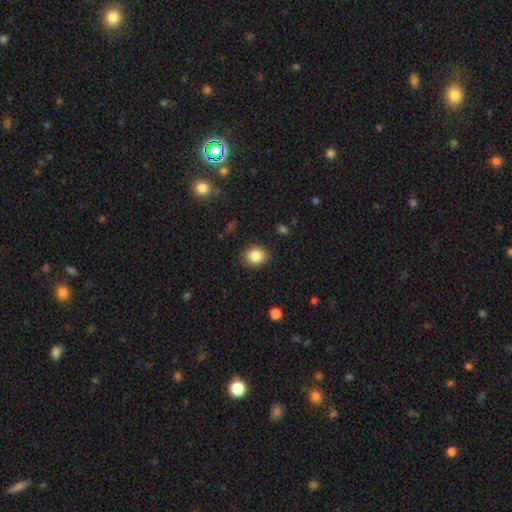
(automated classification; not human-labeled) smooth_or_featured: smooth (p=0.85) [alt: star or artifact p=0.09]
how_rounded: round (p=0.63) [alt: in between p=0.36]
merging: none (p=0.89) [alt: minor disturbance p=0.08]